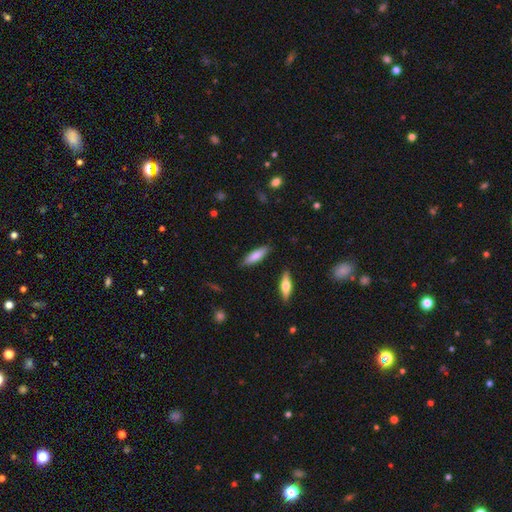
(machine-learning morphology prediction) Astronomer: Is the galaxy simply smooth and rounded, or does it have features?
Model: smooth — 77%.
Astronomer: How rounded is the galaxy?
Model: cigar-shaped — 59% (runner-up: in between, 39%).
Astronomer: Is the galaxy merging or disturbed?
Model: none — 85%.